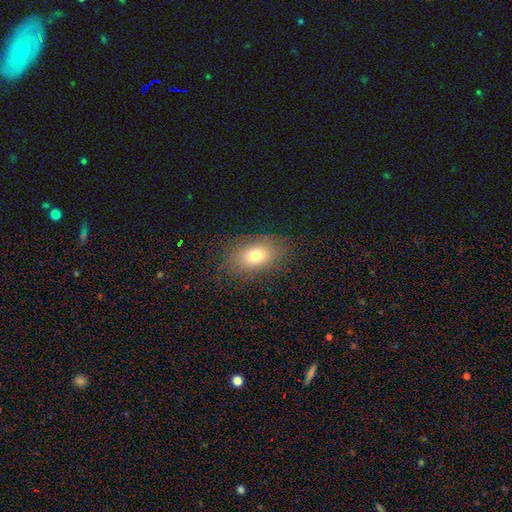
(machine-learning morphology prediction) smooth_or_featured: smooth (p=0.74) [alt: featured or disk p=0.14]
how_rounded: in between (p=0.80) [alt: round p=0.17]
merging: none (p=0.80) [alt: minor disturbance p=0.13]